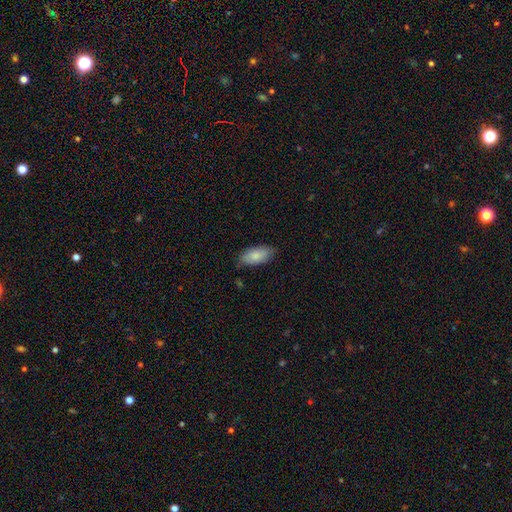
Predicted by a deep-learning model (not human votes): smooth_or_featured: smooth (p=0.85) [alt: featured or disk p=0.09]
how_rounded: in between (p=0.92) [alt: cigar-shaped p=0.06]
merging: none (p=0.78) [alt: minor disturbance p=0.18]